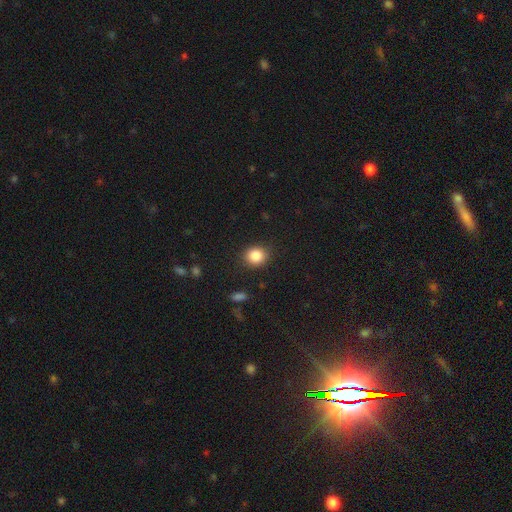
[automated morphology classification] smooth_or_featured: smooth (p=0.85) [alt: star or artifact p=0.10]
how_rounded: round (p=0.77) [alt: in between p=0.22]
merging: none (p=0.88) [alt: minor disturbance p=0.08]